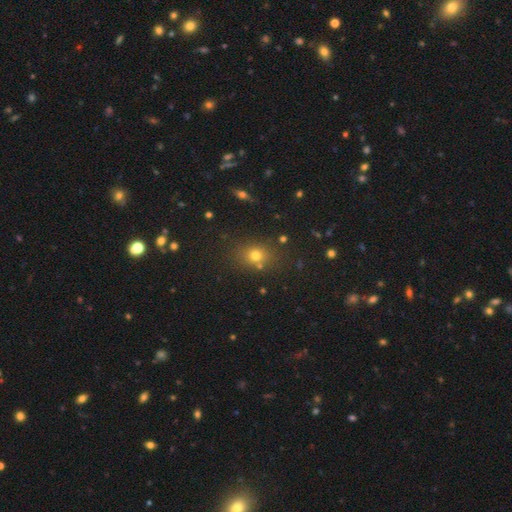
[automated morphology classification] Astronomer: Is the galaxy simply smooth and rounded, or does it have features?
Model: smooth — 69%.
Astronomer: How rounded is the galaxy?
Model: round — 57% (runner-up: in between, 41%).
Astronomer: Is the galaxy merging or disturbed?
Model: none — 78%.